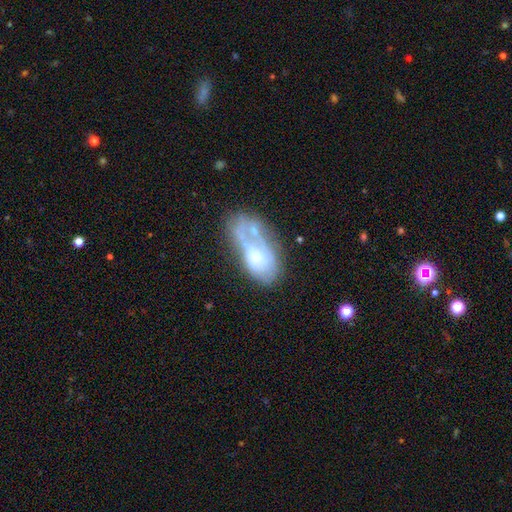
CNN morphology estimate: This is possibly a featured or disk galaxy (53%). It is clearly not viewed edge-on (93%). Merging: marginally none (32%).